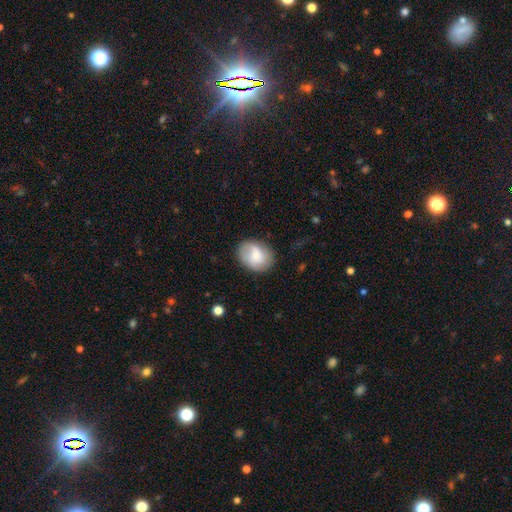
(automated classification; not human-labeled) This appears to be a smooth galaxy with no disk features (67%) that is in between round and cigar-shaped (54%). Merging: none (76%).